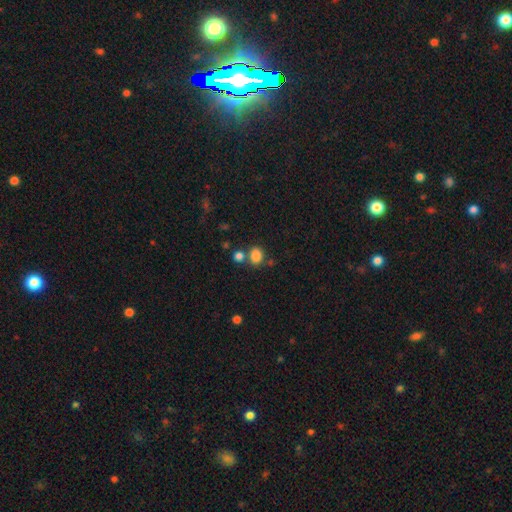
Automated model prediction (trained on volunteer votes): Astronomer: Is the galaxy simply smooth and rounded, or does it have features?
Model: smooth — 84%.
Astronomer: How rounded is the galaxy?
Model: round — 51% (runner-up: in between, 48%).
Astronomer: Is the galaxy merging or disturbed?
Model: none — 64%.